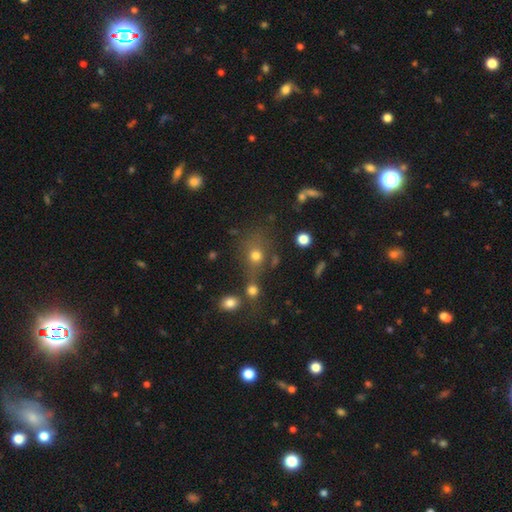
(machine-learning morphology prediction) smooth_or_featured: smooth (p=0.68) [alt: star or artifact p=0.20]
how_rounded: round (p=0.68) [alt: in between p=0.30]
merging: none (p=0.52) [alt: merger p=0.25]